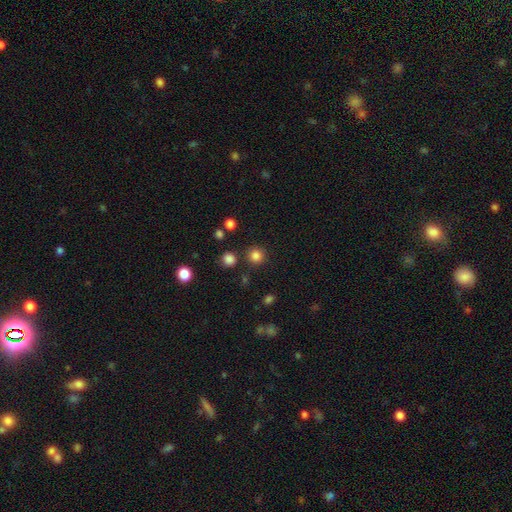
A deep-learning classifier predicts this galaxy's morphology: The model was most divided on "smooth or featured": smooth: 83%, star or artifact: 13%, featured or disk: 4%. More confident: how rounded — round (94%); merging — none (87%).